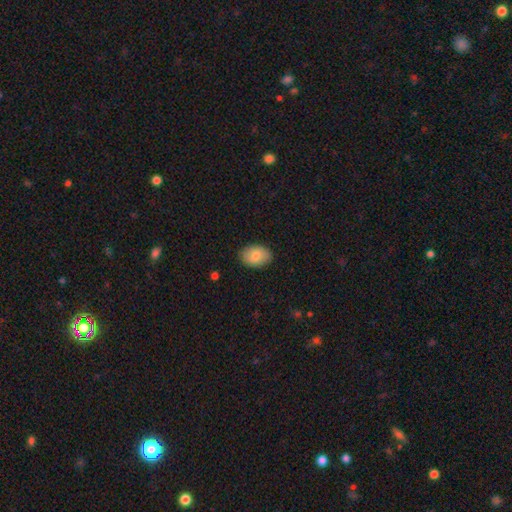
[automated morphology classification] The model was most divided on "smooth or featured": smooth: 82%, featured or disk: 12%, star or artifact: 6%. More confident: merging — none (87%); how rounded — in between (85%).